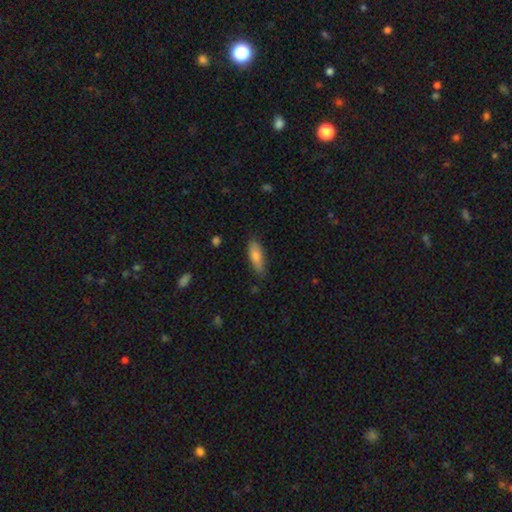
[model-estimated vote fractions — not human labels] This appears to be a smooth galaxy with no disk features (78%) that is in between round and cigar-shaped (53%). Merging: none (82%).